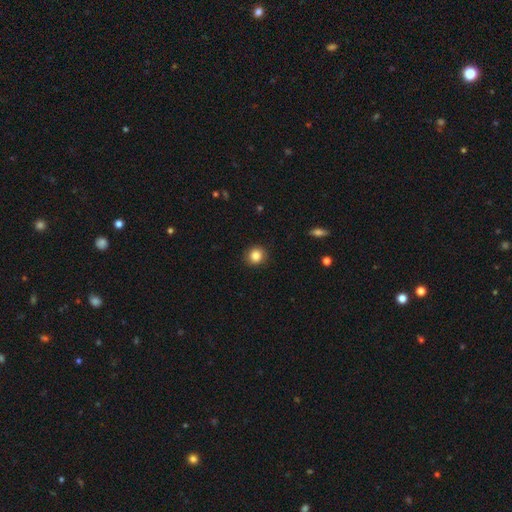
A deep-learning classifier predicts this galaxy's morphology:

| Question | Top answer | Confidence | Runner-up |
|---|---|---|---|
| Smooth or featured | smooth | 85% | star or artifact (10%) |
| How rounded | round | 87% | in between (13%) |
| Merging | none | 89% | minor disturbance (8%) |